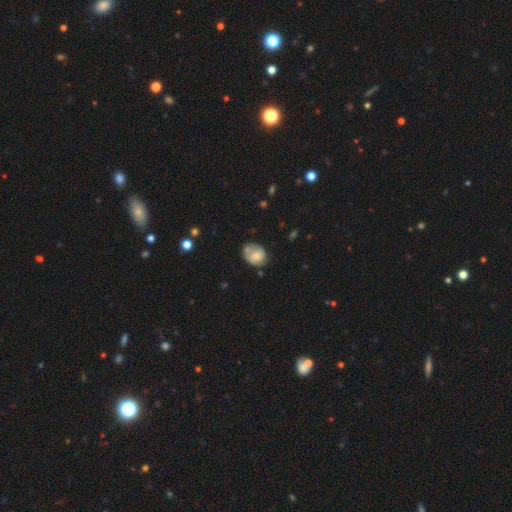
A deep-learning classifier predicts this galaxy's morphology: A smooth galaxy with no disk features (66%) that is round (58%). Merging: none (47%).